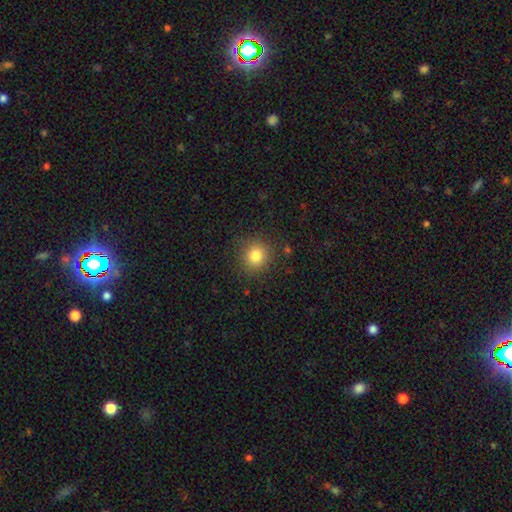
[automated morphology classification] Smooth or featured: smooth — 81% (star or artifact — 13%)
How rounded: round — 88% (in between — 11%)
Merging: none — 87% (minor disturbance — 8%)